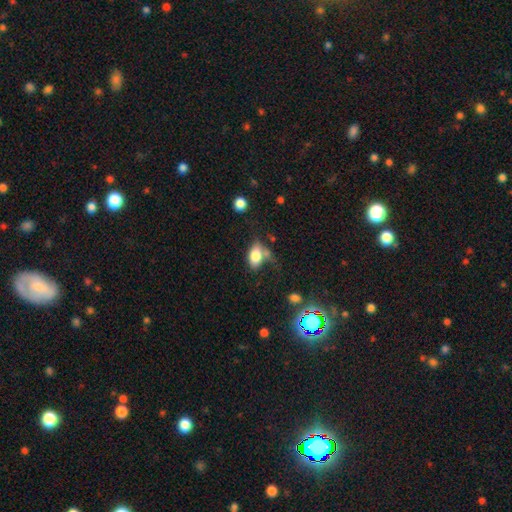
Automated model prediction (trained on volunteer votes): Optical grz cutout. It shows a smooth galaxy with no disk features (79%) that is in between round and cigar-shaped (87%). Merging: none (44%).